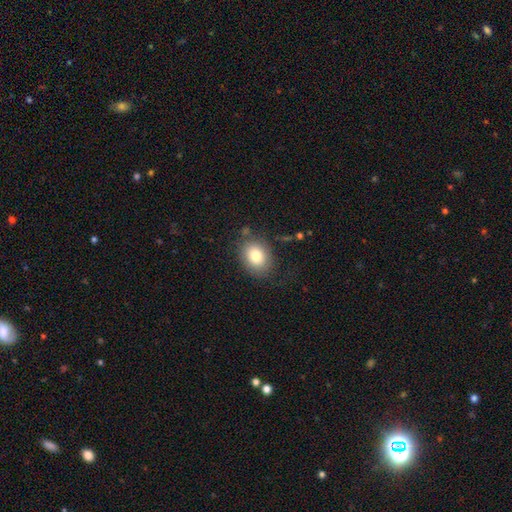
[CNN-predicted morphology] Smooth or featured? smooth (81%)
How rounded? in between (61%)
Merging? none (76%)